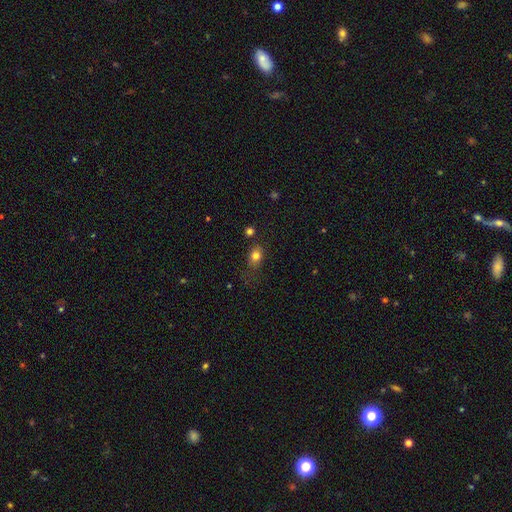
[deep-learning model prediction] smooth_or_featured: smooth (p=0.79) [alt: star or artifact p=0.12]
how_rounded: in between (p=0.55) [alt: round p=0.43]
merging: none (p=0.63) [alt: minor disturbance p=0.22]